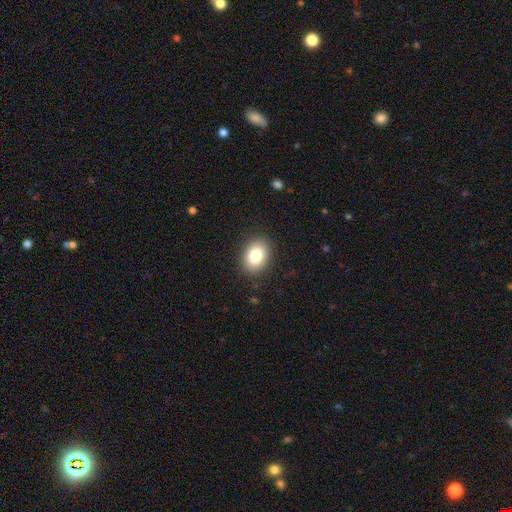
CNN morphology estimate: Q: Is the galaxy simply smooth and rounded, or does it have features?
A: smooth — 84%.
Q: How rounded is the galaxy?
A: in between — 76%.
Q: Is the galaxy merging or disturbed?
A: none — 88%.